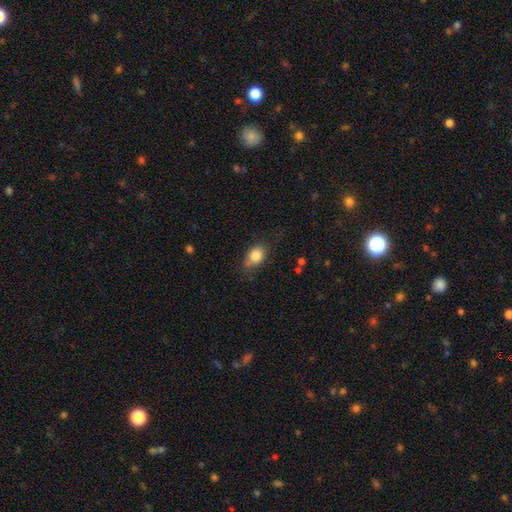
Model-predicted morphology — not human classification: type=smooth (82%); roundness=in between (64%); merging=none (62%).